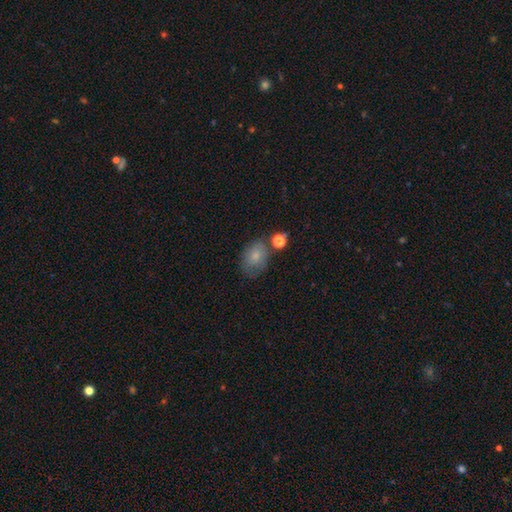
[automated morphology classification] Smooth or featured?
  - smooth: 76% *
  - featured or disk: 14%
  - star or artifact: 10%
How rounded?
  - in between: 70% *
  - round: 28%
  - cigar-shaped: 1%
Merging?
  - none: 58% *
  - minor disturbance: 23%
  - merger: 11%
  - major disturbance: 9%